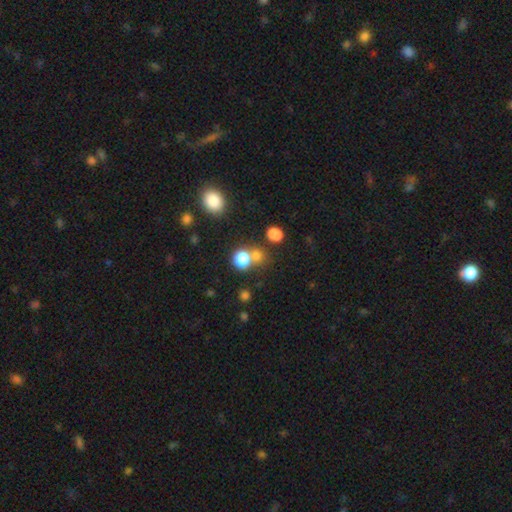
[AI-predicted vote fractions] Overall: smooth (73%). How rounded: round (82%). Merging: none (58%; merger 30%).